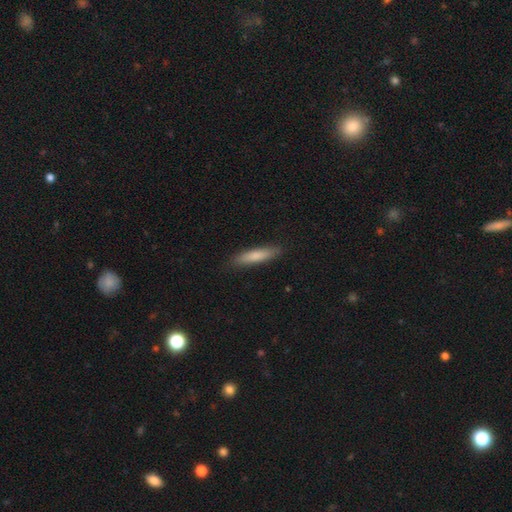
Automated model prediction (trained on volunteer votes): This appears to be a smooth galaxy with no disk features (80%) that is cigar-shaped (84%). Merging: none (87%).